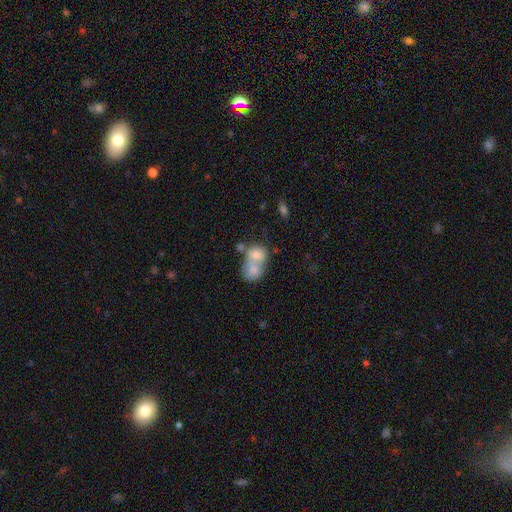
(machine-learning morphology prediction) Smooth or featured?
  - smooth: 71% *
  - featured or disk: 19%
  - star or artifact: 9%
How rounded?
  - round: 50% *
  - in between: 48%
  - cigar-shaped: 2%
Merging?
  - merger: 73% *
  - none: 17%
  - minor disturbance: 6%
  - major disturbance: 4%